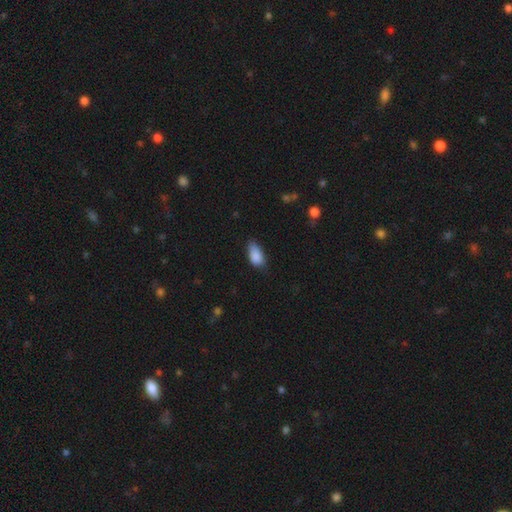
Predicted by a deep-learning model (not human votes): A smooth galaxy with no disk features (87%) that is in between round and cigar-shaped (91%).

Vote fractions:
- Smooth or featured? smooth: 87% / star or artifact: 7% / featured or disk: 6%
- How rounded? in between: 91% / round: 4% / cigar-shaped: 4%
- Merging? none: 56% / minor disturbance: 36% / major disturbance: 6% / merger: 2%